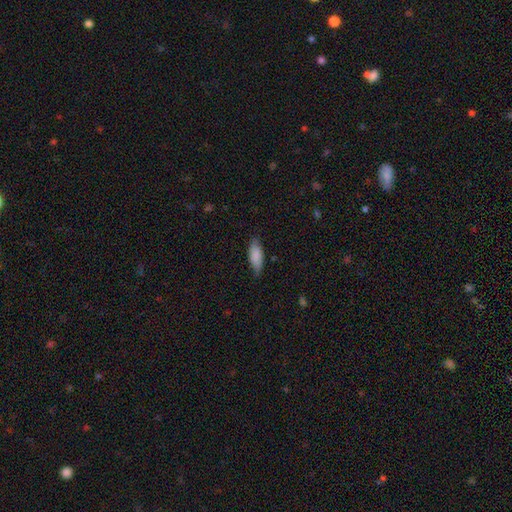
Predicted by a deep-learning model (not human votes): smooth_or_featured: smooth (p=0.84) [alt: featured or disk p=0.10]
how_rounded: in between (p=0.74) [alt: cigar-shaped p=0.24]
merging: none (p=0.73) [alt: minor disturbance p=0.22]